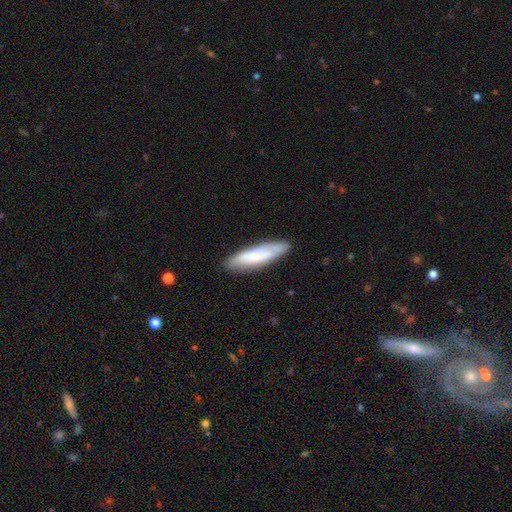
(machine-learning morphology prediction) Smooth or featured? Predicted: smooth (p=0.67). How rounded? Predicted: cigar-shaped (p=0.70). Merging? Predicted: none (p=0.82).